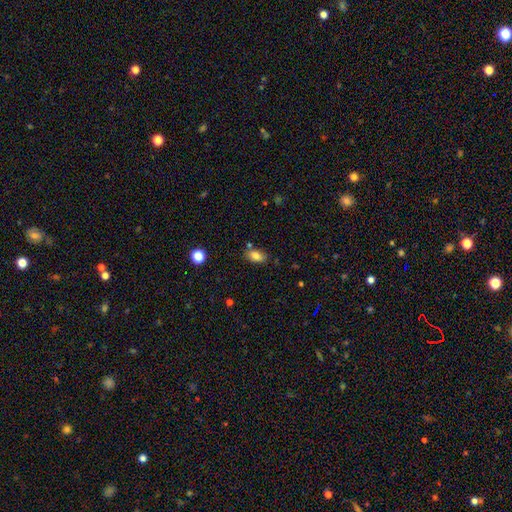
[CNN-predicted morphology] A smooth galaxy with no disk features (82%) that is in between round and cigar-shaped (87%). Merging: none (76%).